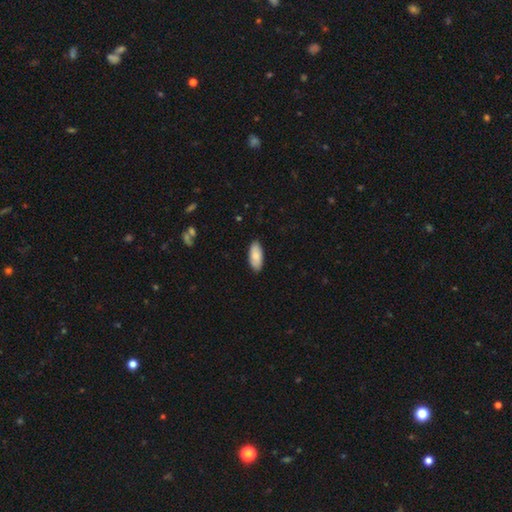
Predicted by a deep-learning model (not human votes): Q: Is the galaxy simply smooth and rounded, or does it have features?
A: smooth — 84%.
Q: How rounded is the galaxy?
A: in between — 88%.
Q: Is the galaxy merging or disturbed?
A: none — 88%.